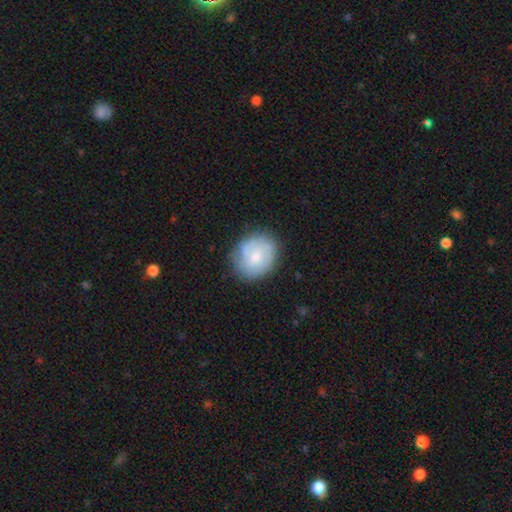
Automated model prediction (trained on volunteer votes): Morphology: type=smooth (55%); roundness=round (65%); merging=none (71%).